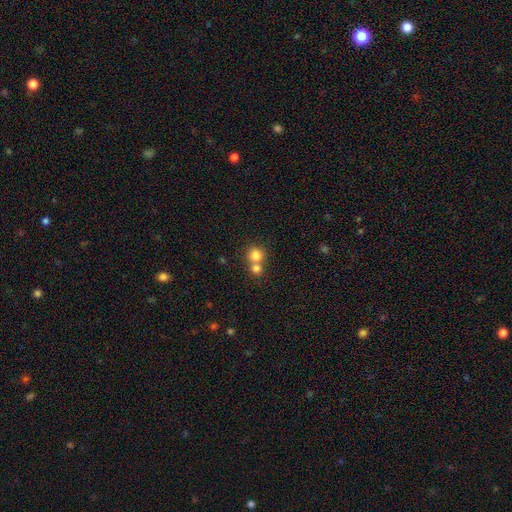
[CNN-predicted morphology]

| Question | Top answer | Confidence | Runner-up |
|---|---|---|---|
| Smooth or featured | smooth | 79% | star or artifact (11%) |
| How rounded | round | 86% | in between (13%) |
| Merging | merger | 52% | none (41%) |